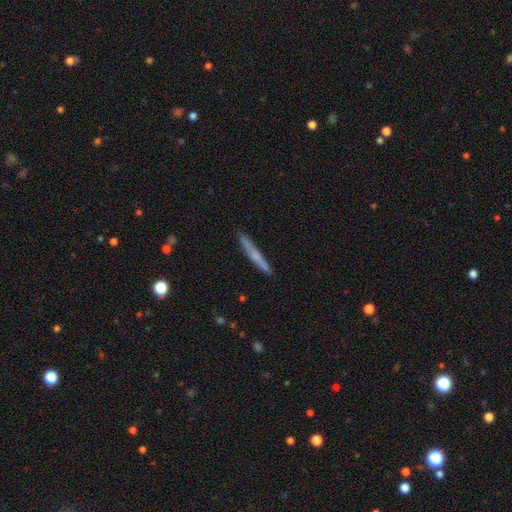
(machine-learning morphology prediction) smooth-or-featured: smooth: 52% | featured or disk: 41% | star or artifact: 7%
  how-rounded: cigar-shaped: 95% | in between: 3% | round: 2%
  merging: none: 88% | minor disturbance: 9% | major disturbance: 2% | merger: 1%